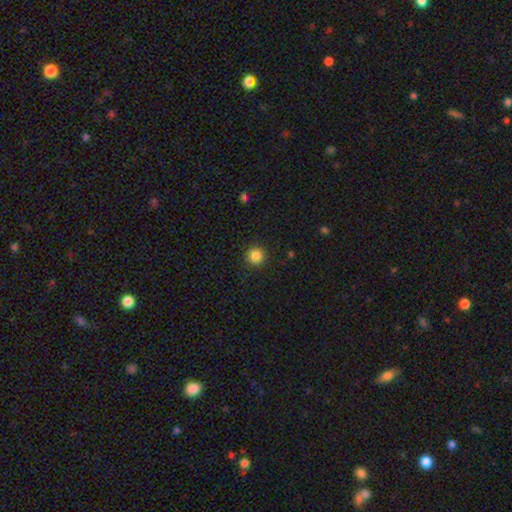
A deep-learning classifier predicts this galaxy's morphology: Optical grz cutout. It shows a smooth galaxy with no disk features (85%) that is round (96%). Merging: none (92%).